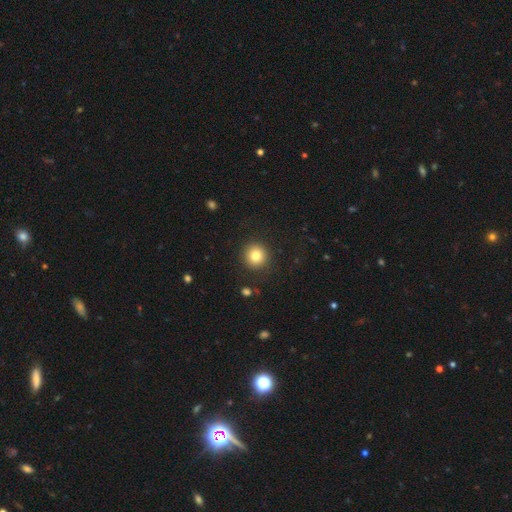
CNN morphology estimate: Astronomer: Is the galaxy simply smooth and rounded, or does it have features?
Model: smooth — 82%.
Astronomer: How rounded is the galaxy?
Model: round — 94%.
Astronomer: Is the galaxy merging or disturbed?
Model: none — 90%.